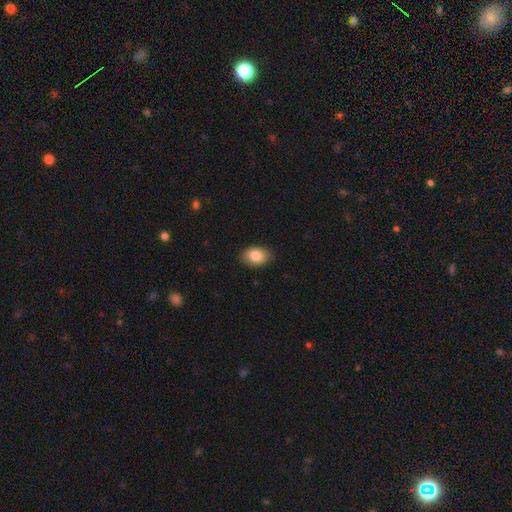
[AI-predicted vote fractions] A smooth galaxy with no disk features (87%) that is in between round and cigar-shaped (86%). Merging: none (86%).